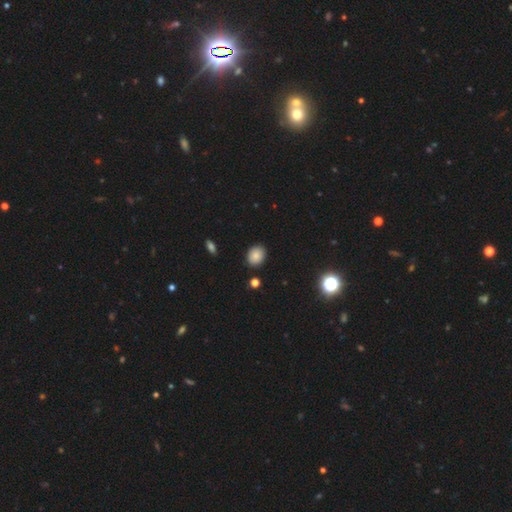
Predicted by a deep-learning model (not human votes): Smooth or featured? smooth (84%)
How rounded? in between (53%)
Merging? none (88%)